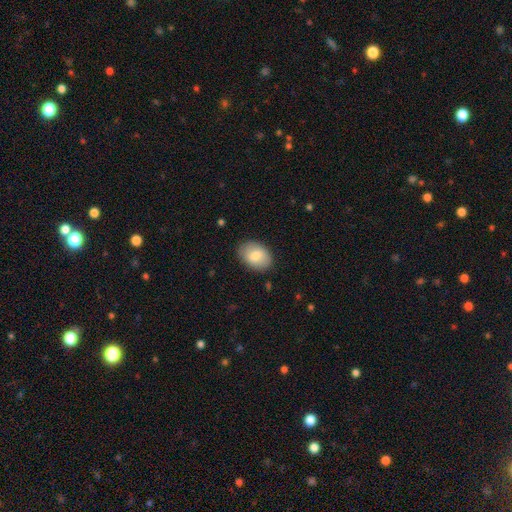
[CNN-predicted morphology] Smooth or featured? smooth (77%)
How rounded? in between (79%)
Merging? none (84%)